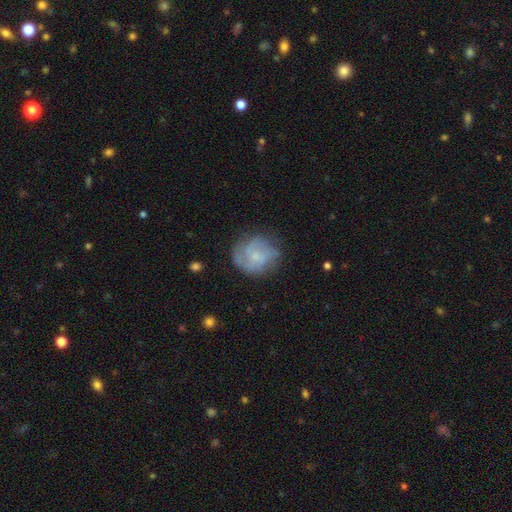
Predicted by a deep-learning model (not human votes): Smooth or featured?
  - featured or disk: 61% *
  - smooth: 31%
  - star or artifact: 8%
Edge-on disk?
  - no: 98% *
  - yes: 2%
Bar?
  - no: 70% *
  - weak: 26%
  - strong: 3%
Spiral arms?
  - yes: 81% *
  - no: 19%
Bulge size?
  - small: 60% *
  - moderate: 21%
  - none: 16%
  - large: 2%
  - dominant: 1%
Merging?
  - none: 66% *
  - minor disturbance: 22%
  - major disturbance: 10%
  - merger: 2%